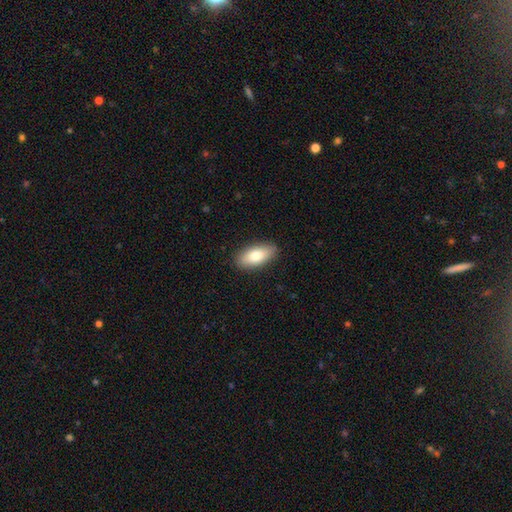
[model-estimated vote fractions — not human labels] smooth 80%, featured or disk 13%, star or artifact 6%. Down the decision tree: how rounded — in between (89%); merging — none (88%).